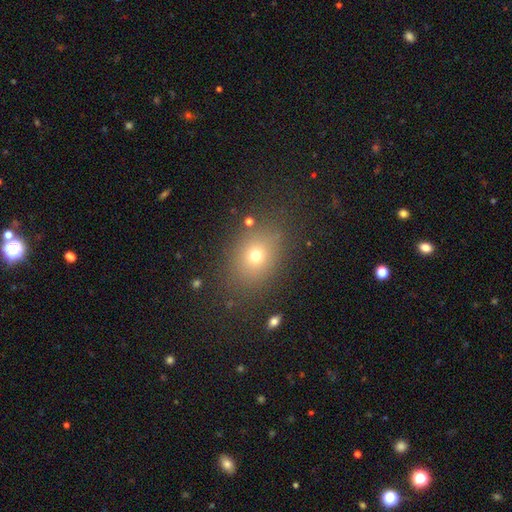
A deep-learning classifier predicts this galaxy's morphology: Overall: smooth (70%). How rounded: in between (56%; round 42%). Merging: none (82%).